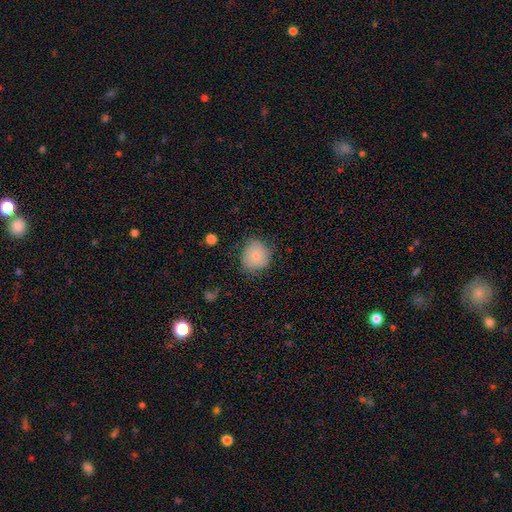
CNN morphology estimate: This appears to be a smooth galaxy with no disk features (78%) that is round (86%). Merging: none (68%).